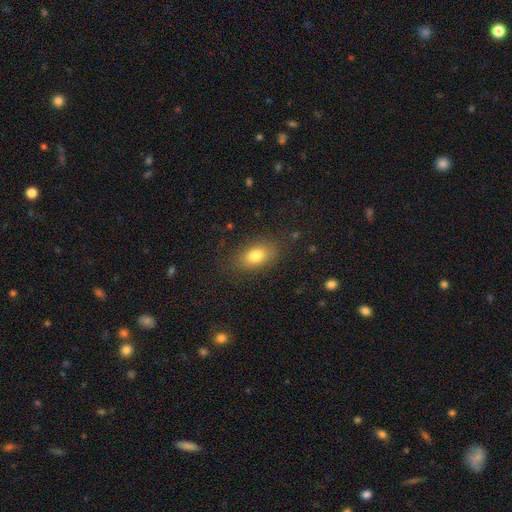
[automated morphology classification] Overall: smooth (79%). How rounded: in between (86%). Merging: none (79%).